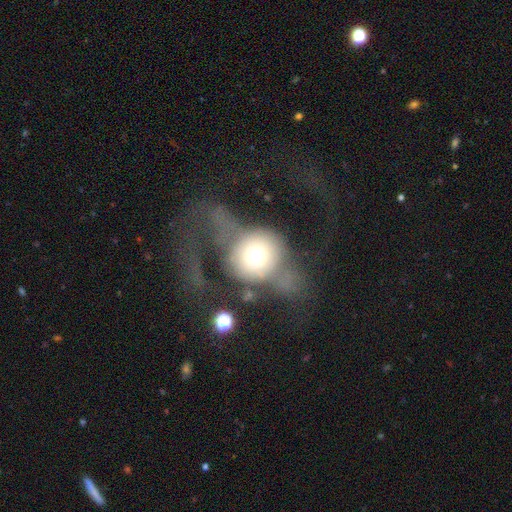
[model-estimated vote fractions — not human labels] Morphology: type=smooth (53%); roundness=round (79%); merging=major disturbance (57%).